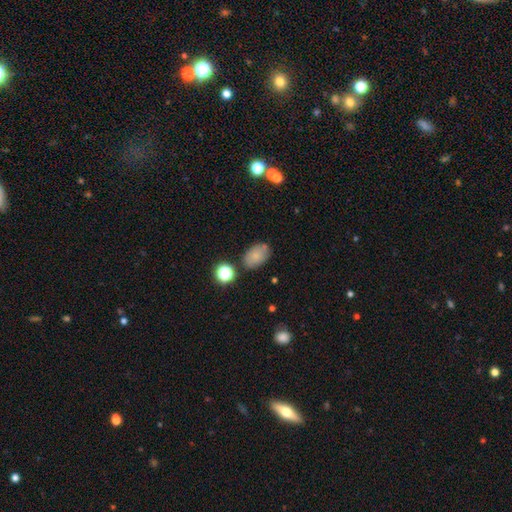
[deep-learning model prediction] Q: Smooth or featured?
A: smooth (78%); runner-up: featured or disk (11%)
Q: How rounded?
A: in between (87%); runner-up: round (11%)
Q: Merging?
A: none (74%); runner-up: minor disturbance (15%)